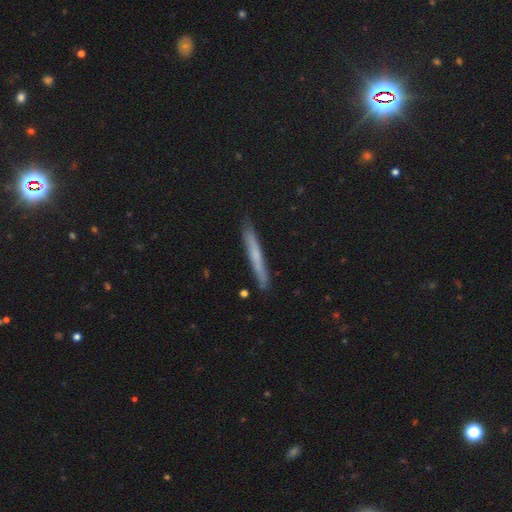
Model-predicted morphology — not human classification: The model was most divided on "smooth or featured": smooth: 55%, featured or disk: 38%, star or artifact: 8%. More confident: how rounded — cigar-shaped (96%); merging — none (88%).